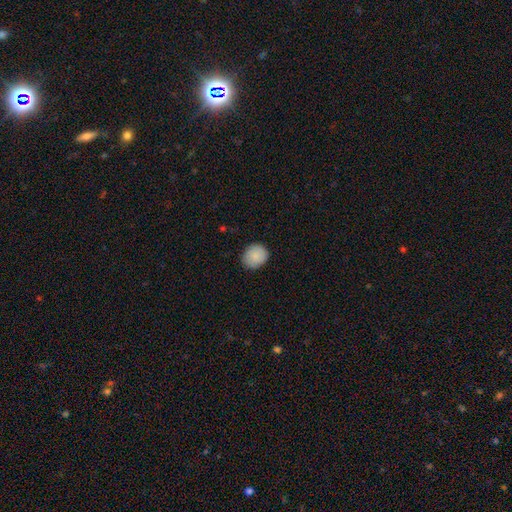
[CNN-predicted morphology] smooth 88%, star or artifact 7%, featured or disk 5%. Down the decision tree: how rounded — round (74%); merging — none (86%).